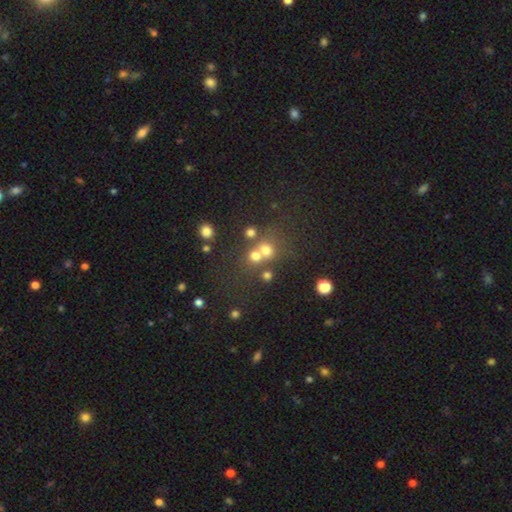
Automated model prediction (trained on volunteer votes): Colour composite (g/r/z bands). It shows a smooth galaxy with no disk features (67%) that is round (84%). Merging: none (45%).